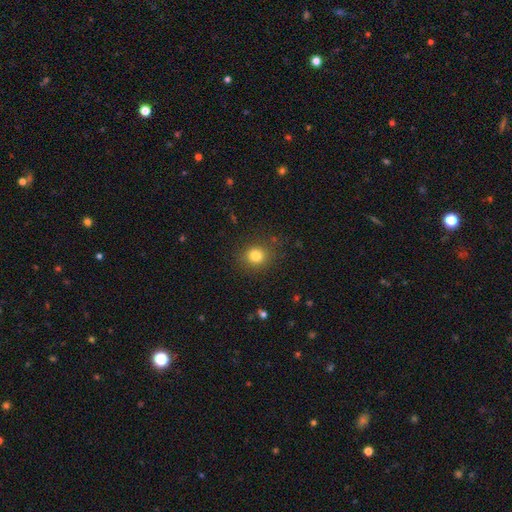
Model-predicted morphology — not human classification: smooth-or-featured: smooth: 81% | star or artifact: 13% | featured or disk: 6%
  how-rounded: round: 81% | in between: 18% | cigar-shaped: 1%
  merging: none: 86% | minor disturbance: 9% | major disturbance: 4% | merger: 1%